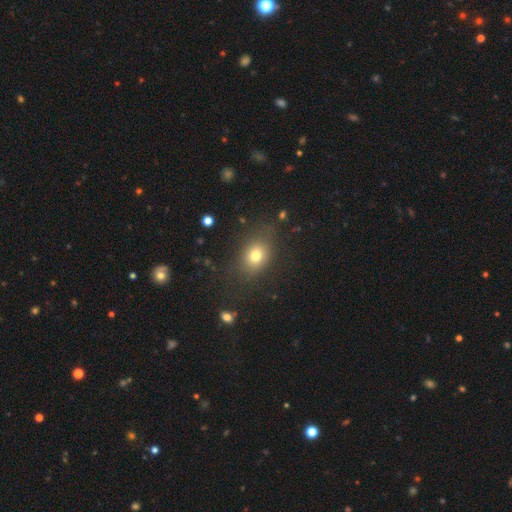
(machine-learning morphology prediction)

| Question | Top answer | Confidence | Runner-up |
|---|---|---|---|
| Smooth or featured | smooth | 75% | star or artifact (13%) |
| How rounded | in between | 59% | round (39%) |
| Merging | none | 76% | minor disturbance (15%) |